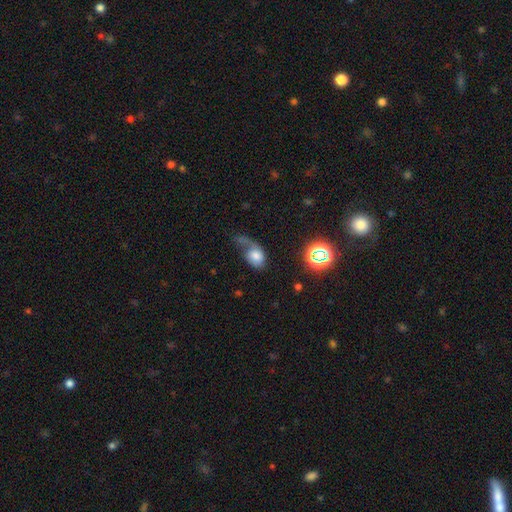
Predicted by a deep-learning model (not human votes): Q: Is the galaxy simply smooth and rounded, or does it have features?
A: smooth — 60%.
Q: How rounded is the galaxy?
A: in between — 69%.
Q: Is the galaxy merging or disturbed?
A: major disturbance — 46%.